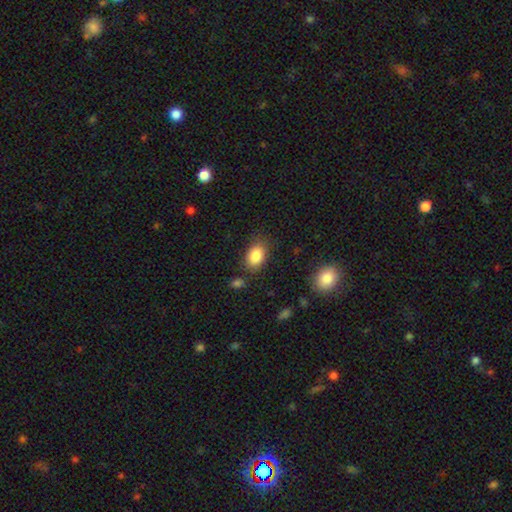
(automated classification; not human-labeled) A smooth galaxy with no disk features (86%) that is in between round and cigar-shaped (86%). Merging: none (78%).